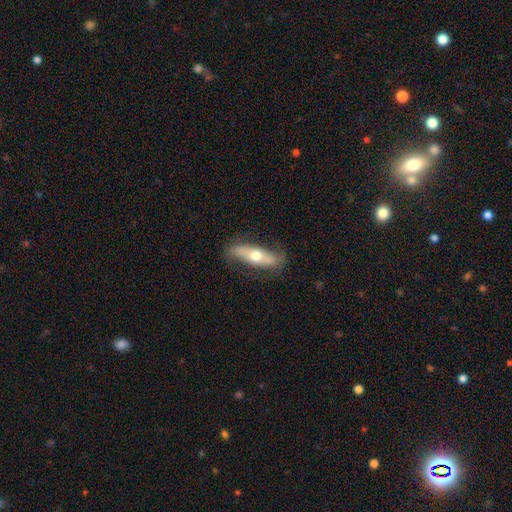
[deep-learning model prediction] smooth-or-featured: smooth: 48% | featured or disk: 46% | star or artifact: 6%
  merging: none: 77% | minor disturbance: 17% | major disturbance: 5% | merger: 1%